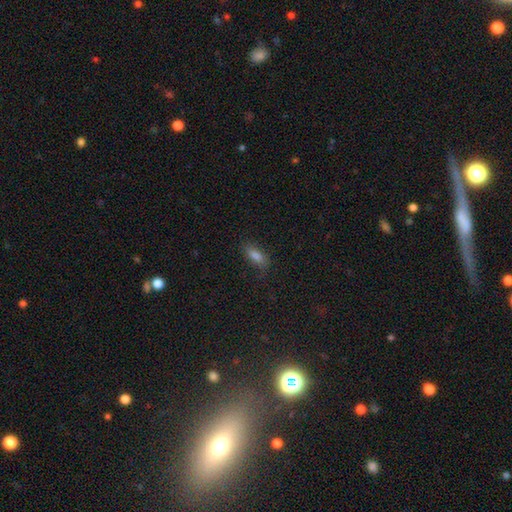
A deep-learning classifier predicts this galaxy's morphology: This is likely a smooth galaxy (74%). How rounded: likely in between (75%). Merging: likely none (74%).